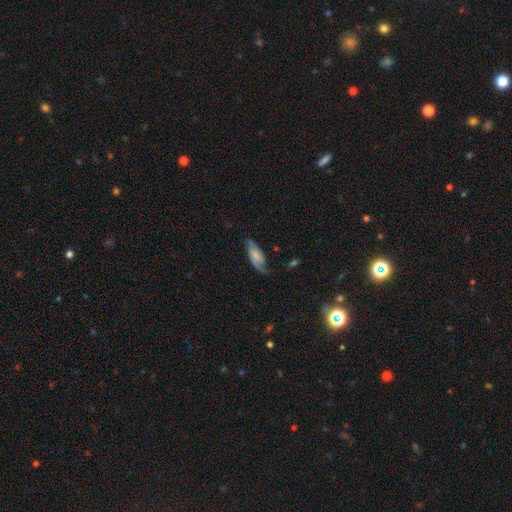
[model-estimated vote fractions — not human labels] This is possibly a smooth galaxy (49%). Merging: possibly none (54%).